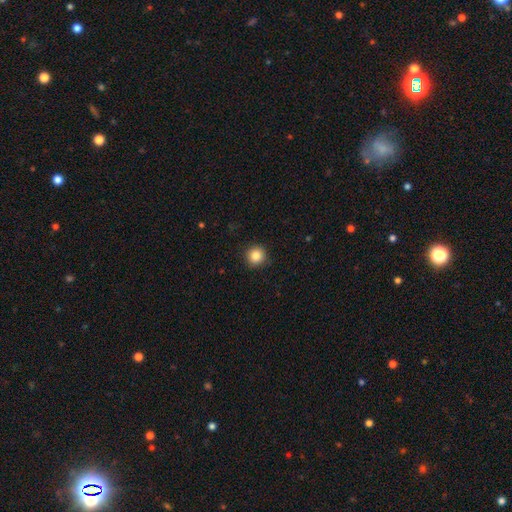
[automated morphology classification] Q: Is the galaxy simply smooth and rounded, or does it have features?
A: smooth — 85%.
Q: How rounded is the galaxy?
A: round — 94%.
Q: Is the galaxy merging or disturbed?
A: none — 91%.